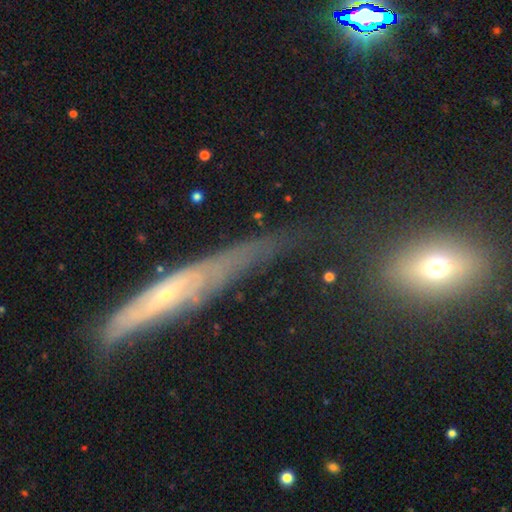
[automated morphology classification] A featured or disk galaxy (50%) viewed edge-on (65%).

Vote fractions:
- Smooth or featured? featured or disk: 50% / smooth: 32% / star or artifact: 18%
- Edge-on disk? yes: 65% / no: 35%
- Merging? none: 62% / minor disturbance: 22% / major disturbance: 11% / merger: 5%